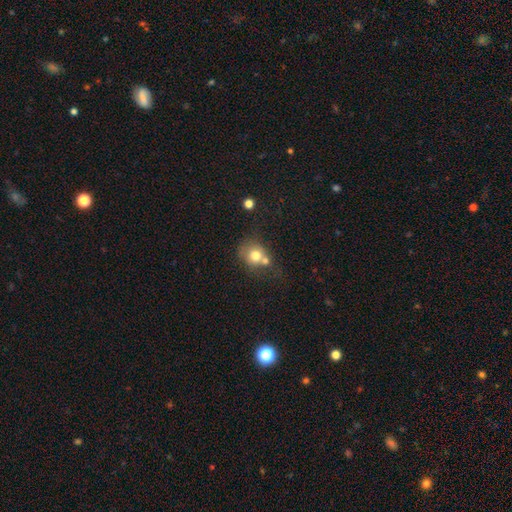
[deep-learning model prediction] Q: Smooth or featured?
A: smooth (72%); runner-up: featured or disk (17%)
Q: How rounded?
A: round (77%); runner-up: in between (22%)
Q: Merging?
A: merger (42%); runner-up: none (38%)